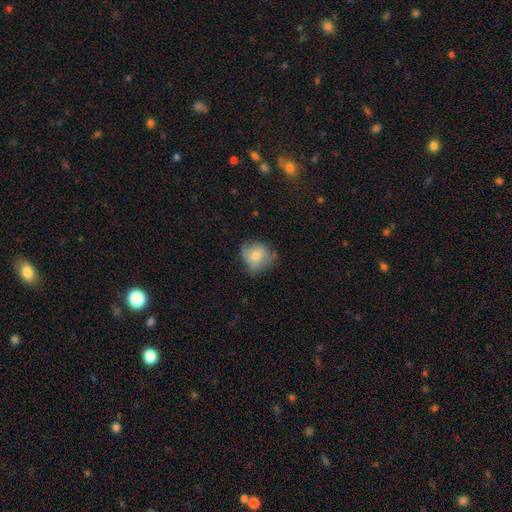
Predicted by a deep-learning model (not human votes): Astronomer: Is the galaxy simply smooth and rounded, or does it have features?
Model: smooth — 72%.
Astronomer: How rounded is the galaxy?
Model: round — 77%.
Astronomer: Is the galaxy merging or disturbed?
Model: none — 59%.